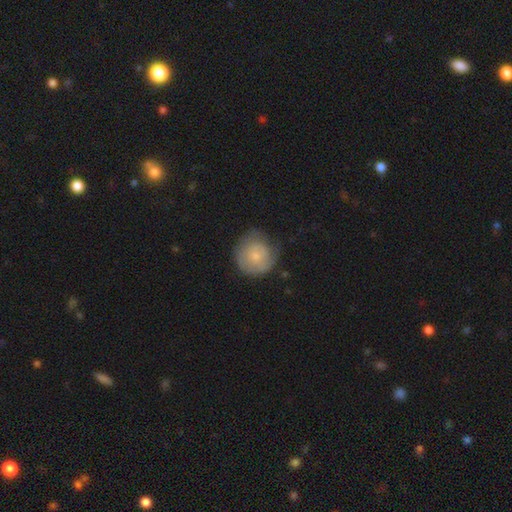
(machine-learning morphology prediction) smooth_or_featured: smooth (p=0.61) [alt: featured or disk p=0.32]
how_rounded: round (p=0.90) [alt: in between p=0.09]
merging: none (p=0.60) [alt: minor disturbance p=0.28]